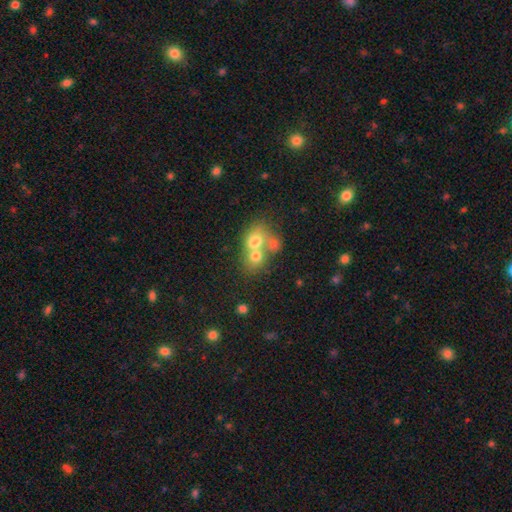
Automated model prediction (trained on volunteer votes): smooth_or_featured: smooth (p=0.64) [alt: featured or disk p=0.23]
how_rounded: round (p=0.60) [alt: in between p=0.39]
merging: merger (p=0.68) [alt: none p=0.22]